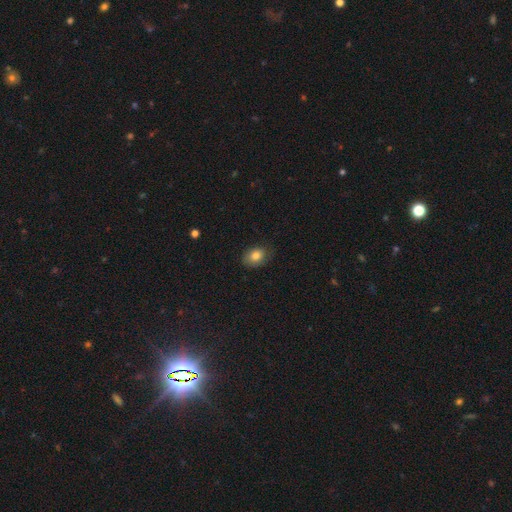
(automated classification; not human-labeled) Q: Smooth or featured?
A: smooth (82%); runner-up: featured or disk (9%)
Q: How rounded?
A: in between (69%); runner-up: round (30%)
Q: Merging?
A: none (77%); runner-up: minor disturbance (18%)